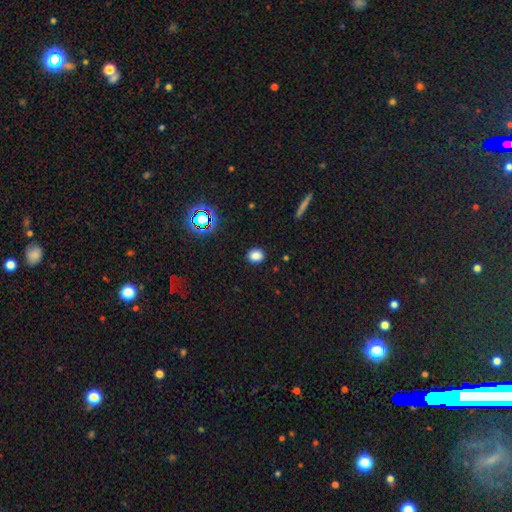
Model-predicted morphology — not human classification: Smooth or featured? smooth (82%)
How rounded? round (60%)
Merging? none (89%)